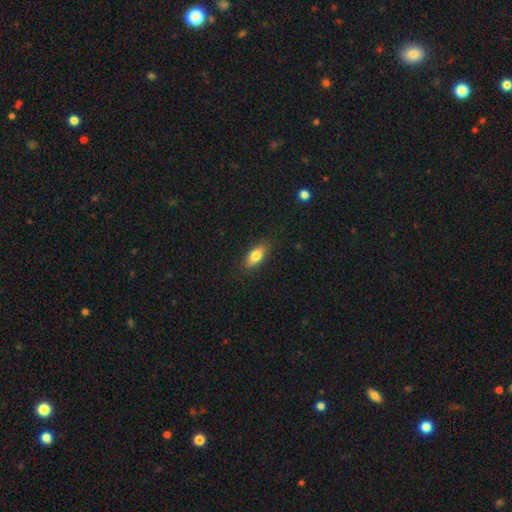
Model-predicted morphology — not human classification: This appears to be a smooth galaxy with no disk features (80%) that is in between round and cigar-shaped (81%). Merging: none (85%).